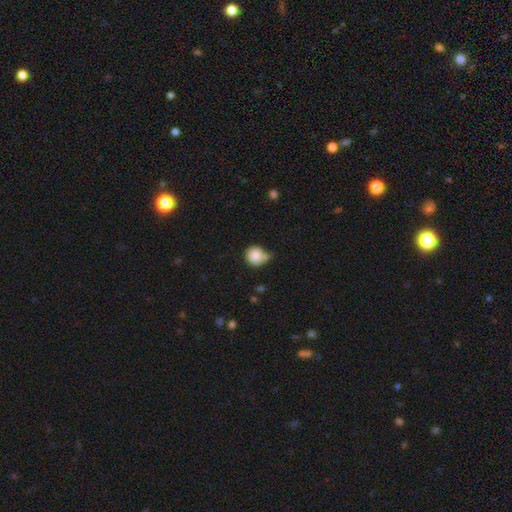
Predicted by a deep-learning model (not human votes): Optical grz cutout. It shows a smooth galaxy with no disk features (85%) that is round (90%). Merging: none (54%).